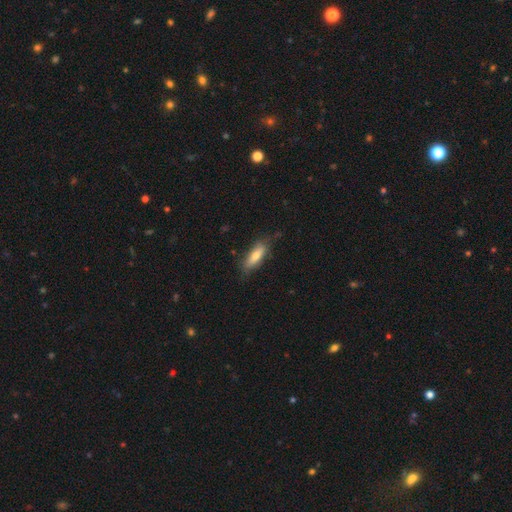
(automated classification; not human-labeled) A smooth galaxy with no disk features (69%) that is in between round and cigar-shaped (51%).

Vote fractions:
- Smooth or featured? smooth: 69% / featured or disk: 25% / star or artifact: 6%
- How rounded? in between: 51% / cigar-shaped: 47% / round: 2%
- Merging? none: 73% / minor disturbance: 21% / major disturbance: 5% / merger: 2%